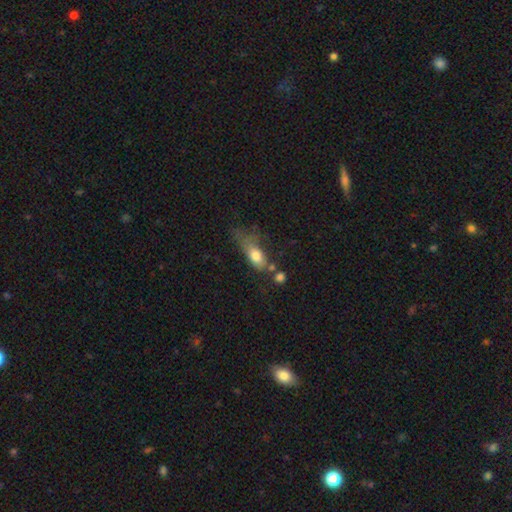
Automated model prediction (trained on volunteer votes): Smooth or featured: smooth — 73% (featured or disk — 19%)
How rounded: in between — 77% (cigar-shaped — 15%)
Merging: major disturbance — 30% (minor disturbance — 28%)